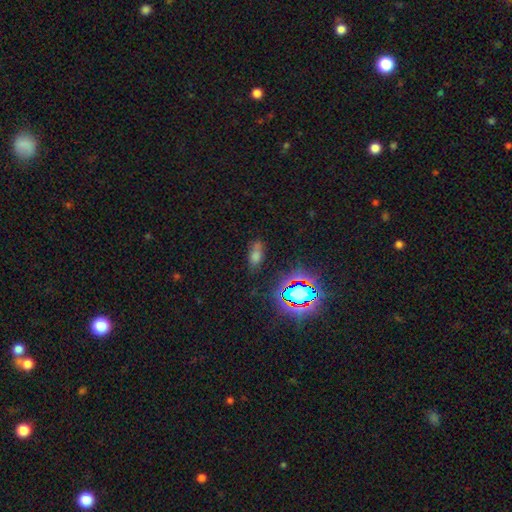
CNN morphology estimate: Q: Smooth or featured?
A: smooth (55%); runner-up: star or artifact (32%)
Q: How rounded?
A: in between (77%); runner-up: cigar-shaped (14%)
Q: Merging?
A: none (71%); runner-up: minor disturbance (18%)